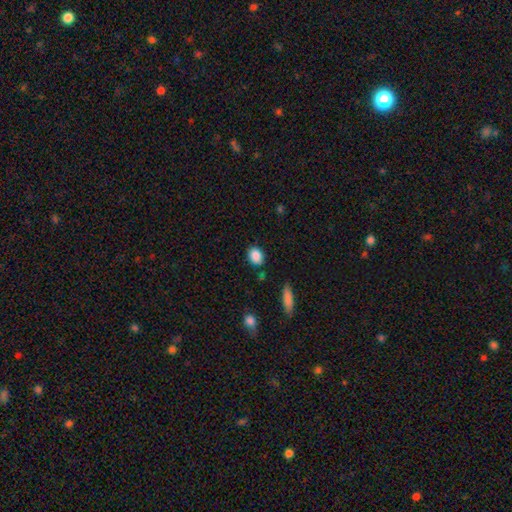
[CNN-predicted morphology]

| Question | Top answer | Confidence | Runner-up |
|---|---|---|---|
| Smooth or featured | smooth | 87% | star or artifact (8%) |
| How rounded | in between | 60% | round (38%) |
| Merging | none | 81% | minor disturbance (13%) |